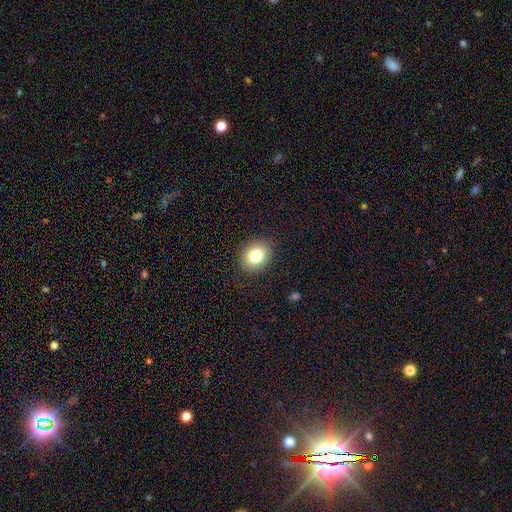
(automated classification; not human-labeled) Morphology: type=smooth (82%); roundness=in between (50%, tied with round); merging=none (89%).